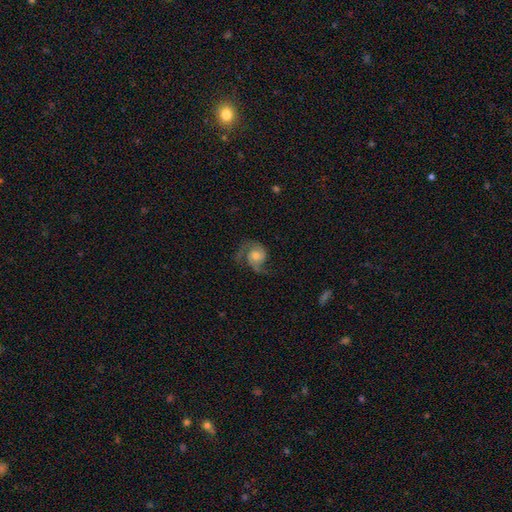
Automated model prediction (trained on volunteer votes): The model was most divided on "spiral winding": medium: 47%, loose: 37%, tight: 16%. More confident: edge-on disk — no (98%); spiral arms — yes (95%); spiral arm count — 2 (82%); smooth or featured — featured or disk (78%); bar — no (73%); merging — none (62%); bulge size — moderate (53%).